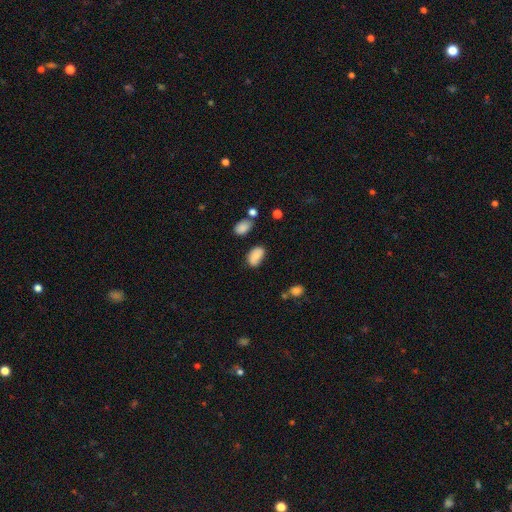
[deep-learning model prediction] Smooth or featured: smooth — 77% (featured or disk — 13%)
How rounded: in between — 91% (round — 8%)
Merging: none — 68% (minor disturbance — 22%)